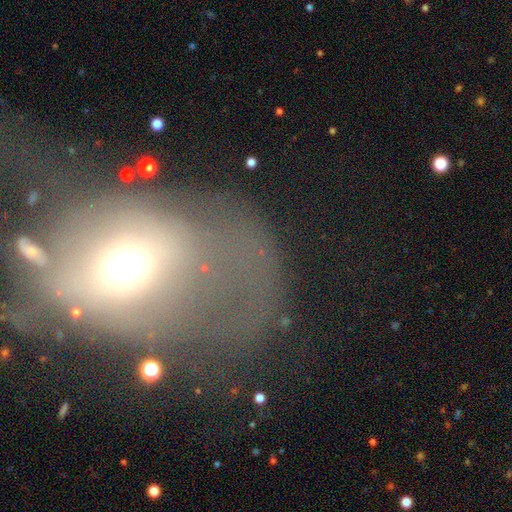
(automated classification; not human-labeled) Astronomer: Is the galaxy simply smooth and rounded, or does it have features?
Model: smooth — 42% (runner-up: featured or disk, 34%).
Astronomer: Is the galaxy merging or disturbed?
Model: major disturbance — 41% (runner-up: none, 33%).